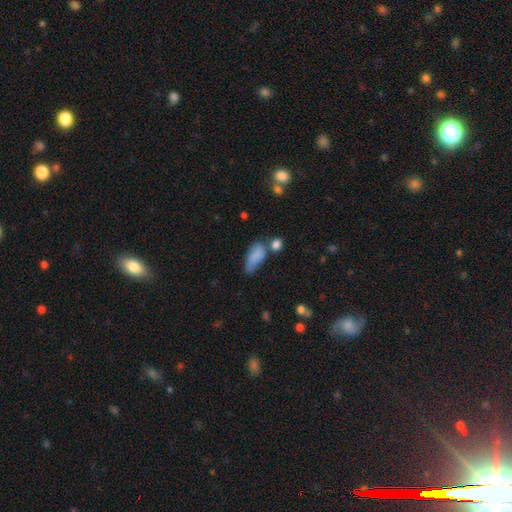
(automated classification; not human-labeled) Morphology: type=smooth (77%); roundness=in between (85%); merging=none (37%).